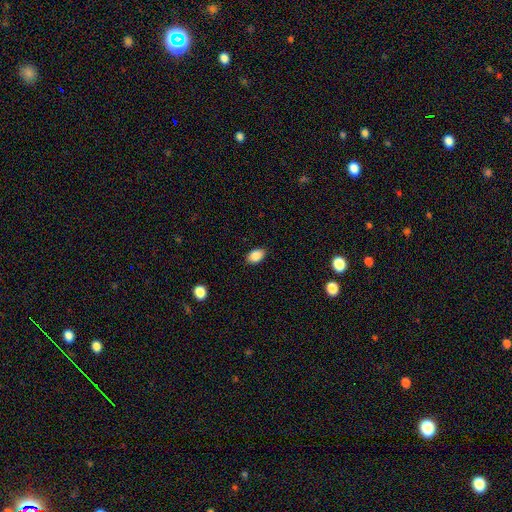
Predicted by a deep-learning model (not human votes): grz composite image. It shows a smooth galaxy with no disk features (87%) that is in between round and cigar-shaped (86%). Merging: none (87%).